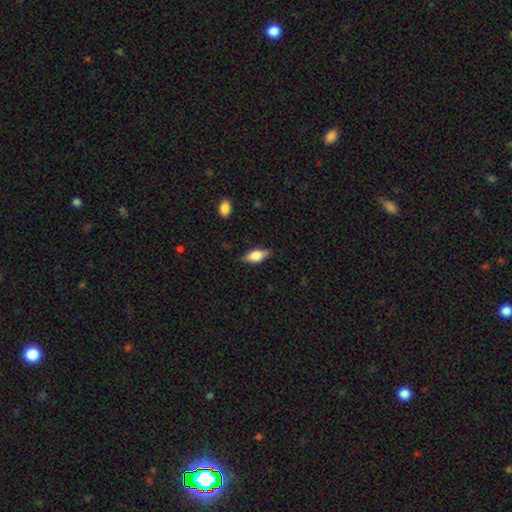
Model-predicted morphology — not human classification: The model was most divided on "smooth or featured": smooth: 73%, featured or disk: 21%, star or artifact: 7%. More confident: how rounded — in between (84%); merging — none (81%).